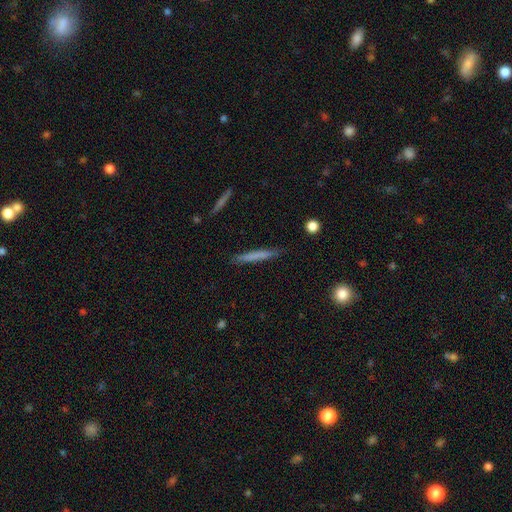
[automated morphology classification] type=smooth (65%); roundness=cigar-shaped (96%); merging=none (88%).